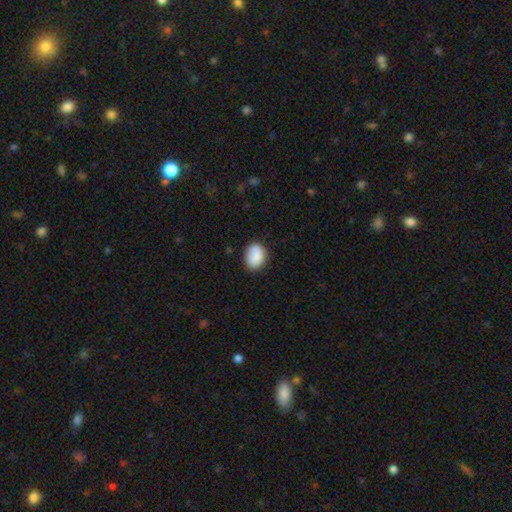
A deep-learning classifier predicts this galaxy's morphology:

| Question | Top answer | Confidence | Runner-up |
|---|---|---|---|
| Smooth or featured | smooth | 83% | featured or disk (10%) |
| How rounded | in between | 63% | round (36%) |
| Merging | none | 72% | minor disturbance (19%) |